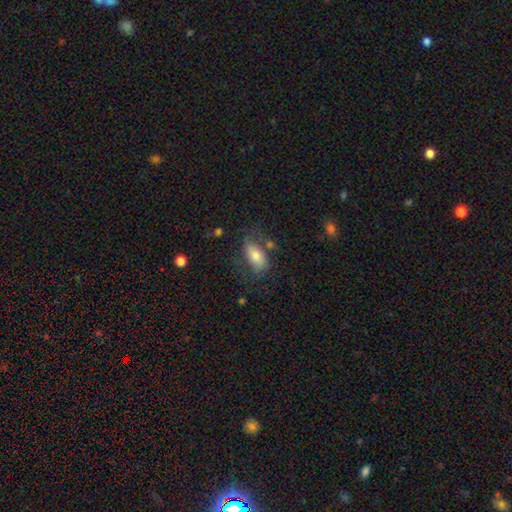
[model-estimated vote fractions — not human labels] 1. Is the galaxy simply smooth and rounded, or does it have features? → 60% smooth, 32% featured or disk, 8% star or artifact.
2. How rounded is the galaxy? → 88% in between, 6% round, 6% cigar-shaped.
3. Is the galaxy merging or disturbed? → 56% none, 22% minor disturbance, 15% major disturbance, 7% merger.